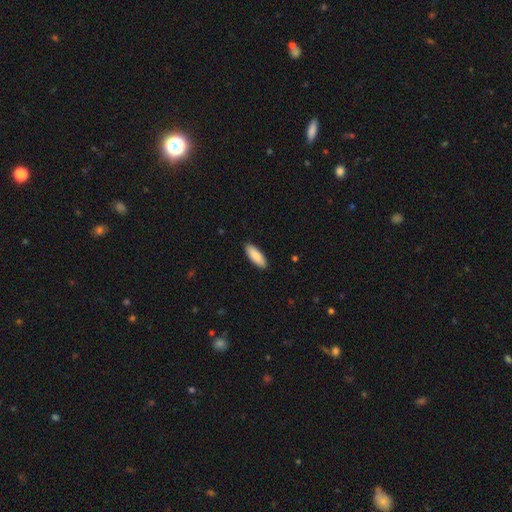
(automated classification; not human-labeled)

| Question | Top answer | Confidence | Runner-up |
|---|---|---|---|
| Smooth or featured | smooth | 88% | featured or disk (6%) |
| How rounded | in between | 67% | cigar-shaped (32%) |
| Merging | none | 90% | minor disturbance (8%) |